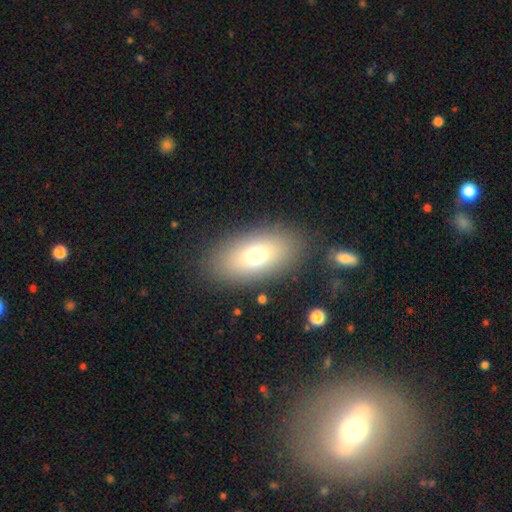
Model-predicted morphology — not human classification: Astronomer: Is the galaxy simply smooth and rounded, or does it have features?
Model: smooth — 71%.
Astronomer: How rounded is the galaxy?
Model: in between — 88%.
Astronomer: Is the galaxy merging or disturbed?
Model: none — 84%.